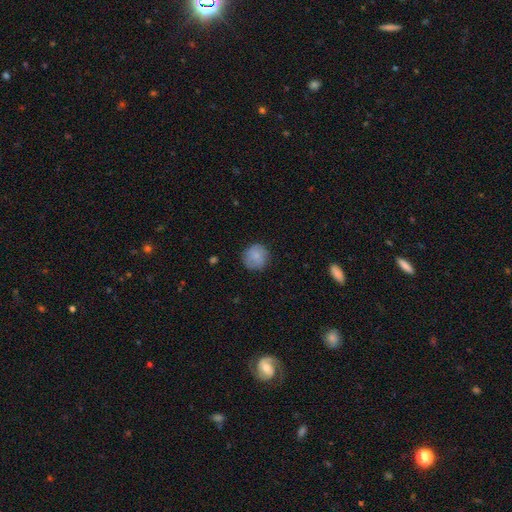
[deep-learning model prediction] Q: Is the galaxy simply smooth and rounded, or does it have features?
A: smooth — 82%.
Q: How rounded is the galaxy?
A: round — 92%.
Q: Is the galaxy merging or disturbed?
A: none — 83%.